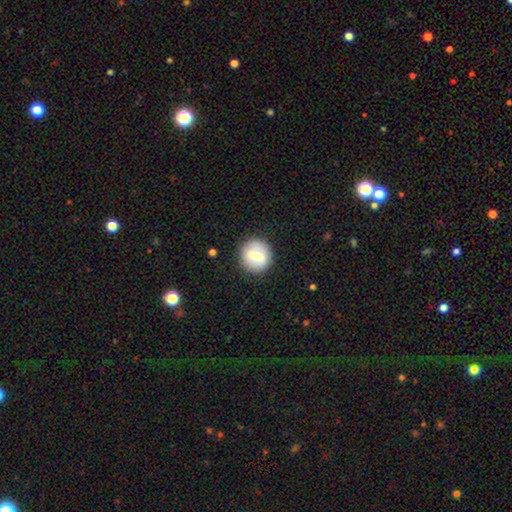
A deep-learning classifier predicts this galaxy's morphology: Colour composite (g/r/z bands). It shows a smooth galaxy with no disk features (61%) that is round (90%). Merging: none (87%).